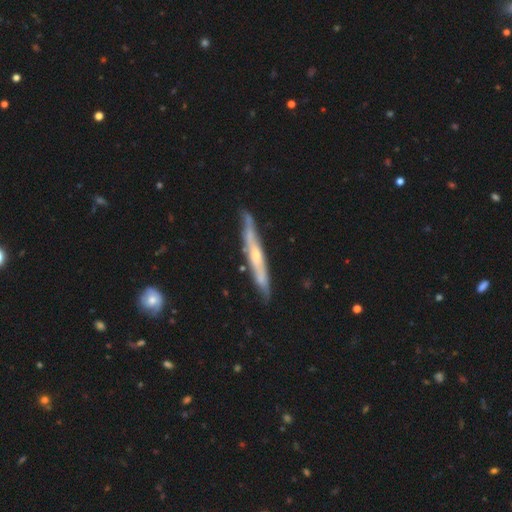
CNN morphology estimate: Overall: featured or disk (71%). Edge-on disk: yes (90%). Edge-on bulge: rounded (57%; none 38%). Merging: none (79%).